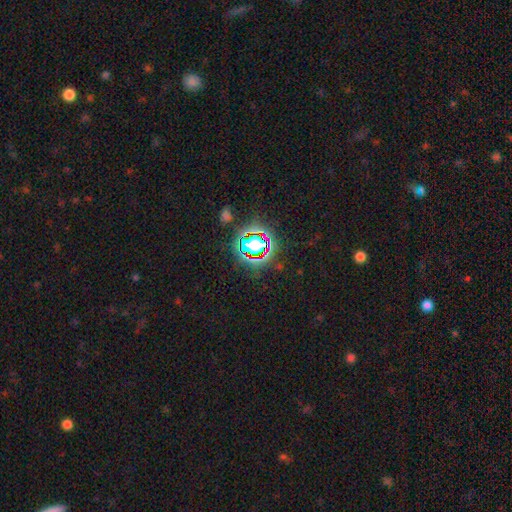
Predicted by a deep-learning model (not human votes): Smooth or featured?
  - star or artifact: 79% *
  - smooth: 13%
  - featured or disk: 9%